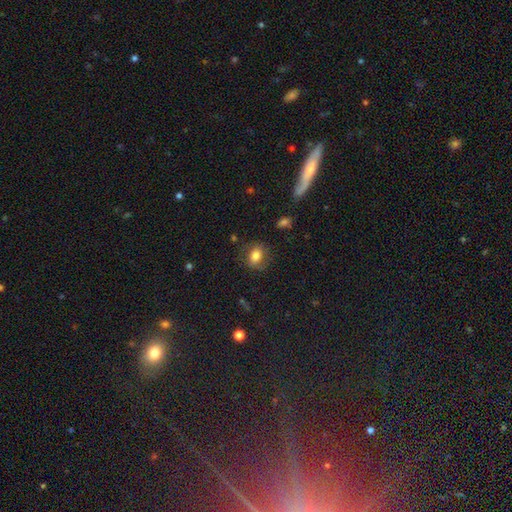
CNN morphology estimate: Smooth or featured?
  - smooth: 72% *
  - featured or disk: 18%
  - star or artifact: 10%
How rounded?
  - in between: 58% *
  - round: 41%
  - cigar-shaped: 1%
Merging?
  - none: 73% *
  - minor disturbance: 17%
  - major disturbance: 9%
  - merger: 2%